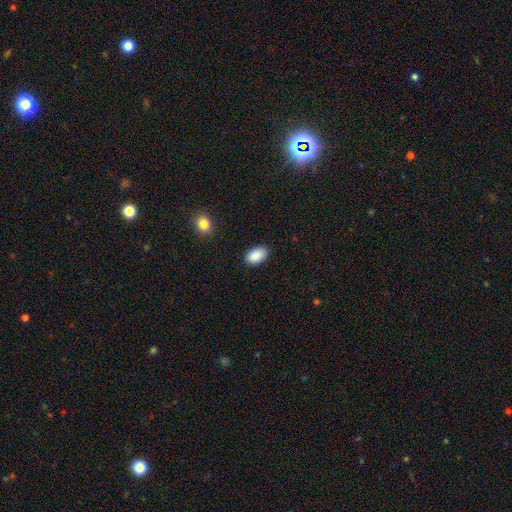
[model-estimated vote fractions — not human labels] smooth-or-featured: smooth: 90% | star or artifact: 7% | featured or disk: 3%
  how-rounded: in between: 92% | round: 7% | cigar-shaped: 1%
  merging: none: 85% | minor disturbance: 12% | major disturbance: 2% | merger: 1%